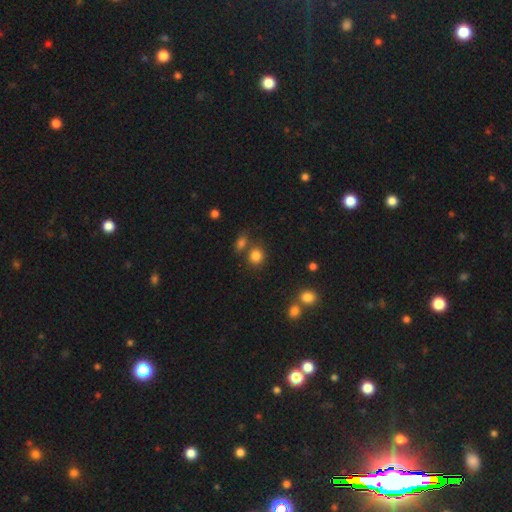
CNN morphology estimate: Smooth or featured? smooth (81%)
How rounded? round (80%)
Merging? none (68%)